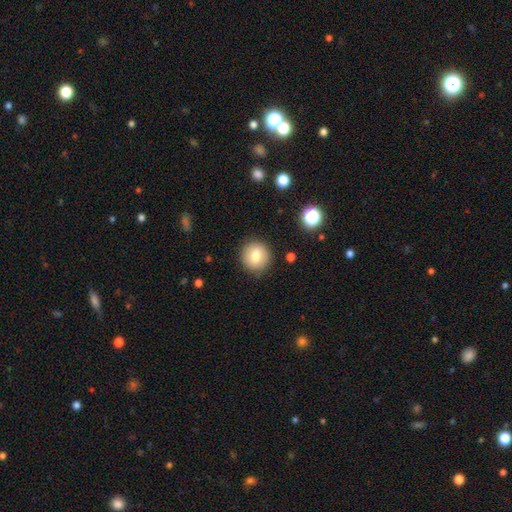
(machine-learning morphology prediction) Smooth or featured? smooth (77%)
How rounded? round (88%)
Merging? none (87%)